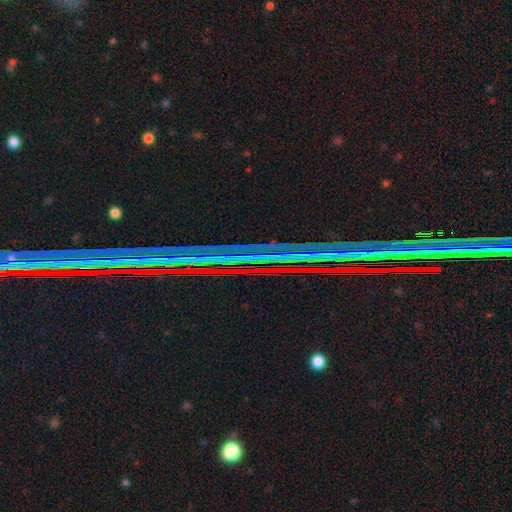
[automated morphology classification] star or artifact 87%, featured or disk 7%, smooth 6%.